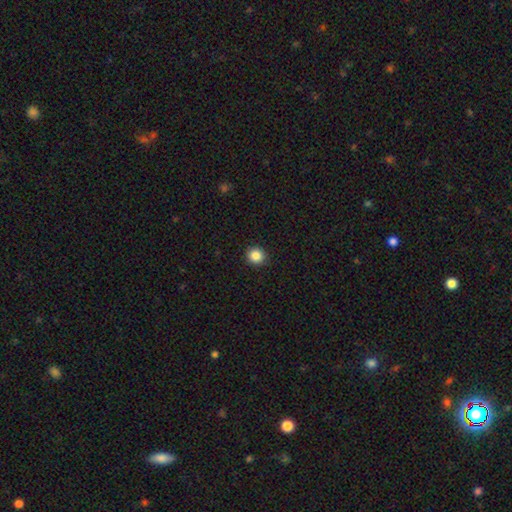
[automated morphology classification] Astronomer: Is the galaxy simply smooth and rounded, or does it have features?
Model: smooth — 87%.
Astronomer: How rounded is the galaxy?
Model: round — 88%.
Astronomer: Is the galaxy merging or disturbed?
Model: none — 91%.